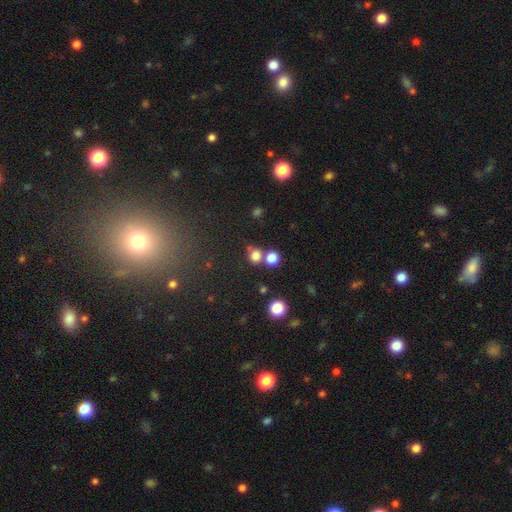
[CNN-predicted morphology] This is likely a smooth galaxy (78%). How rounded: clearly round (80%). Merging: possibly none (54%).